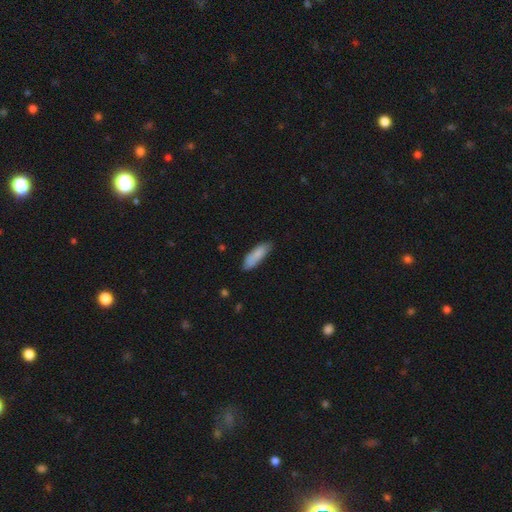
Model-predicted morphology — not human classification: Smooth or featured?
  - smooth: 85% *
  - featured or disk: 9%
  - star or artifact: 6%
How rounded?
  - in between: 52% *
  - cigar-shaped: 46%
  - round: 2%
Merging?
  - none: 75% *
  - minor disturbance: 19%
  - major disturbance: 3%
  - merger: 2%